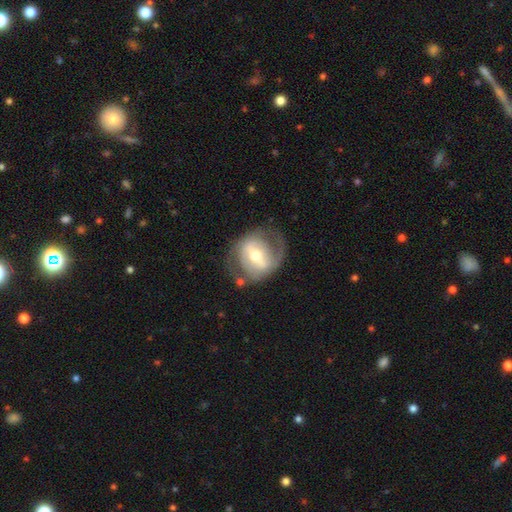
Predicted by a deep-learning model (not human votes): A featured or disk galaxy (69%) with a strong bar (45%), spiral arms (60%) and a moderate central bulge (66%).

Vote fractions:
- Smooth or featured? featured or disk: 69% / smooth: 25% / star or artifact: 6%
- Edge-on disk? no: 95% / yes: 5%
- Bar? strong: 45% / weak: 35% / no: 20%
- Spiral arms? yes: 60% / no: 40%
- Bulge size? moderate: 66% / small: 23% / large: 8% / dominant: 1% / none: 1%
- Merging? none: 65% / minor disturbance: 18% / major disturbance: 14% / merger: 3%